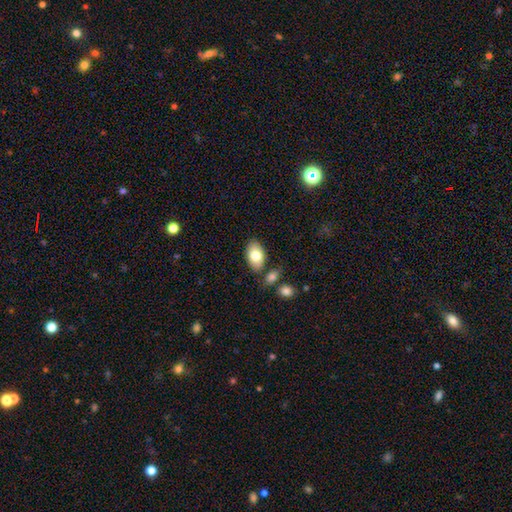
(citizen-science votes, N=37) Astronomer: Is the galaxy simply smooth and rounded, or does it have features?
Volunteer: smooth — 86%.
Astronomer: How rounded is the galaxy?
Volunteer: in between — 94%.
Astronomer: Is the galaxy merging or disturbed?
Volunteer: none — 75%.